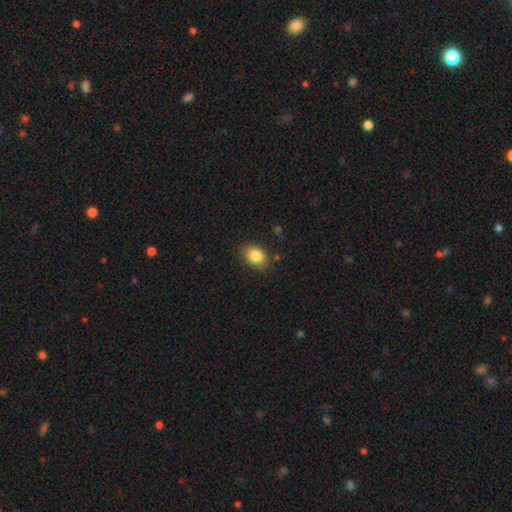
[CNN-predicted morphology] A smooth galaxy with no disk features (85%) that is in between round and cigar-shaped (69%). Merging: none (80%).